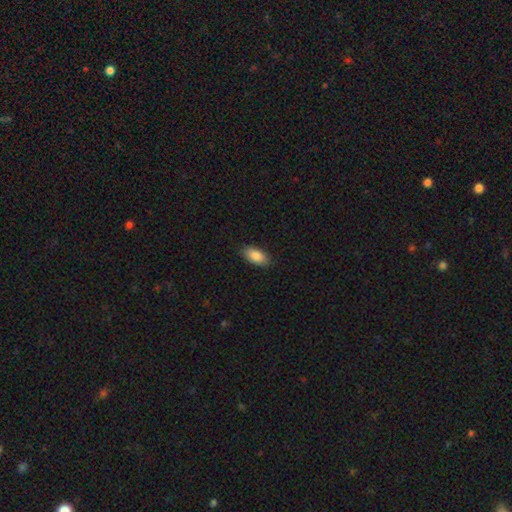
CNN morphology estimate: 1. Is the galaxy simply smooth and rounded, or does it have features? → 88% smooth, 6% star or artifact, 6% featured or disk.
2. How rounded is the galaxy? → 92% in between, 5% cigar-shaped, 3% round.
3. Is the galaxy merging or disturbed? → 86% none, 11% minor disturbance, 2% major disturbance, 1% merger.